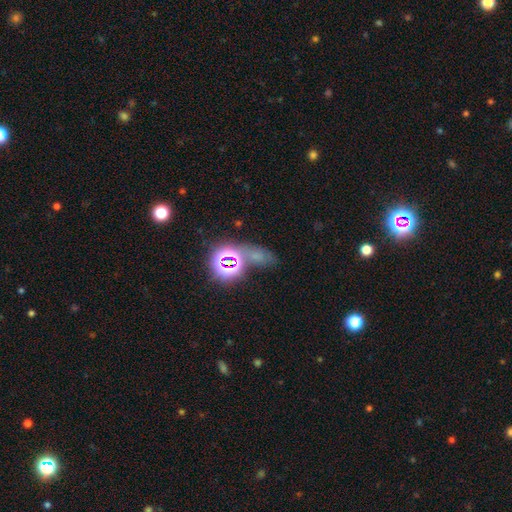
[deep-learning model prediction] Smooth or featured? star or artifact (53%)